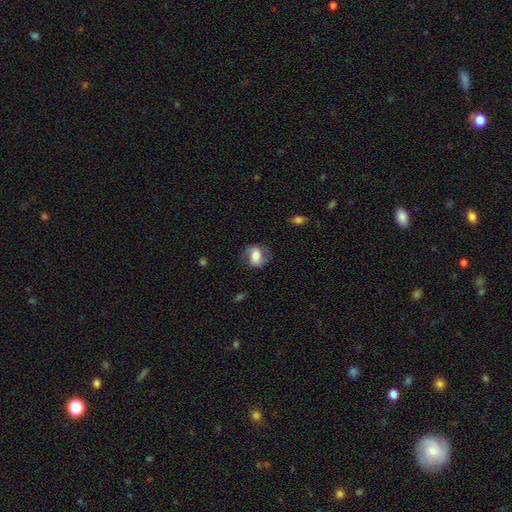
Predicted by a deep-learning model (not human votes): This is possibly a smooth galaxy (52%). How rounded: likely in between (61%). Merging: likely none (70%).